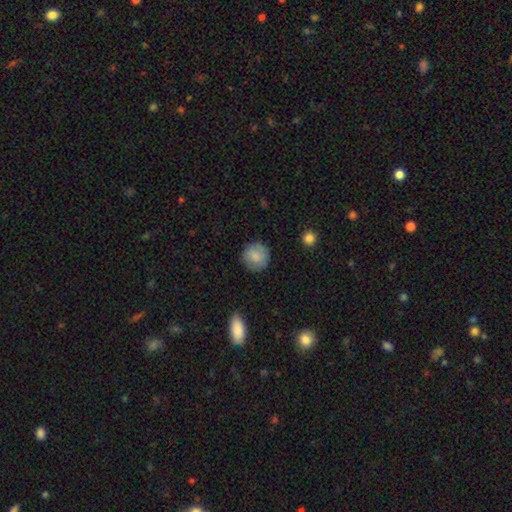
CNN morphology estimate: This is likely a smooth galaxy (79%). How rounded: clearly round (91%). Merging: clearly none (83%).